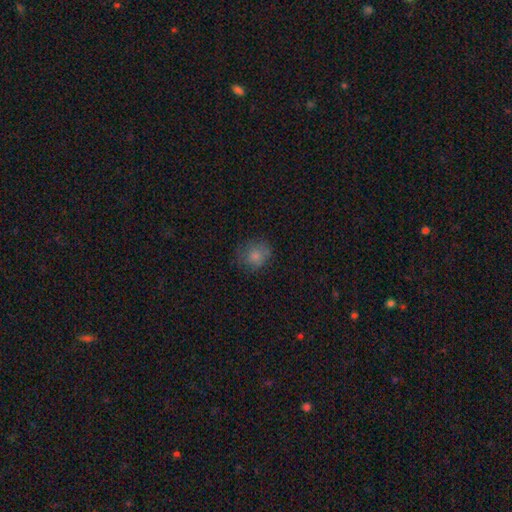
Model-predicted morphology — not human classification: Smooth or featured?
  - smooth: 80% *
  - star or artifact: 10%
  - featured or disk: 10%
How rounded?
  - round: 79% *
  - in between: 20%
  - cigar-shaped: 1%
Merging?
  - none: 70% *
  - minor disturbance: 21%
  - major disturbance: 8%
  - merger: 1%